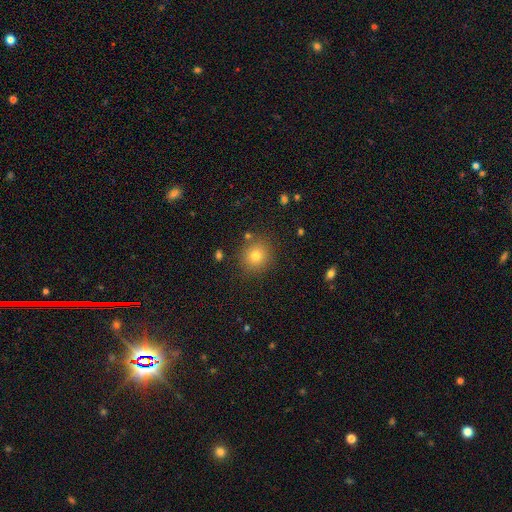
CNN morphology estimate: Smooth or featured?
  - smooth: 77% *
  - star or artifact: 15%
  - featured or disk: 8%
How rounded?
  - round: 89% *
  - in between: 10%
  - cigar-shaped: 1%
Merging?
  - none: 87% *
  - minor disturbance: 8%
  - merger: 3%
  - major disturbance: 3%